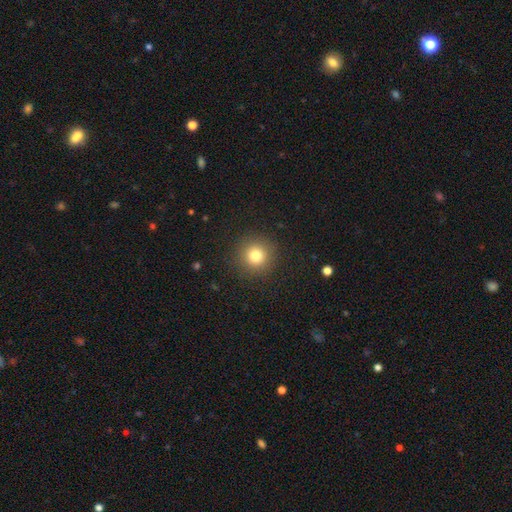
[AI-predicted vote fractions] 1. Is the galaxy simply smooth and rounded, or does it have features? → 79% smooth, 13% star or artifact, 8% featured or disk.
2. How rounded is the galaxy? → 95% round, 4% in between, 1% cigar-shaped.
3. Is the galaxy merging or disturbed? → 90% none, 6% minor disturbance, 3% major disturbance, 1% merger.